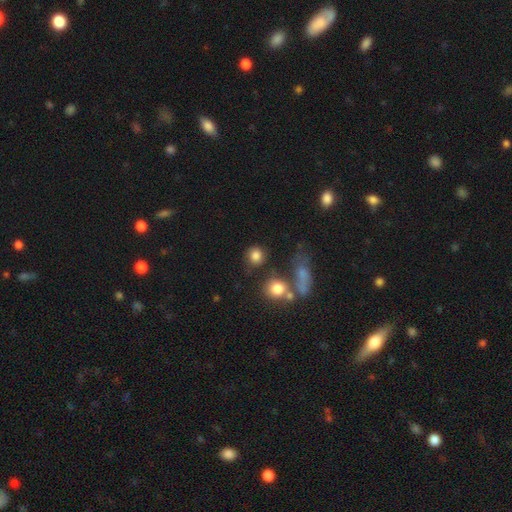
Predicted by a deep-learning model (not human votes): Overall: smooth (81%). How rounded: round (82%). Merging: none (69%).